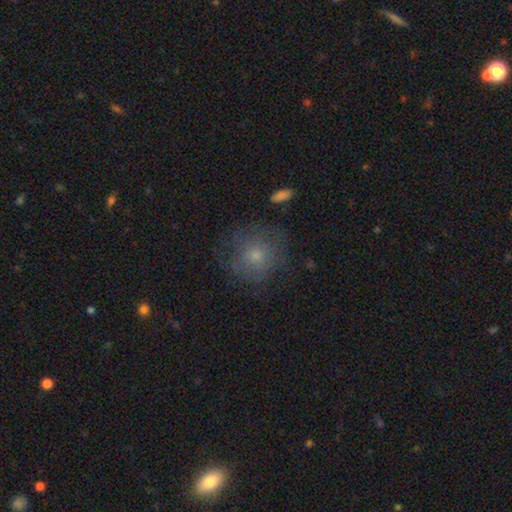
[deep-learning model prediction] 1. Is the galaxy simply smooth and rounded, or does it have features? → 66% smooth, 22% featured or disk, 11% star or artifact.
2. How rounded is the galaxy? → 89% round, 10% in between, 1% cigar-shaped.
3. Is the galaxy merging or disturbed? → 71% none, 17% minor disturbance, 10% major disturbance, 2% merger.